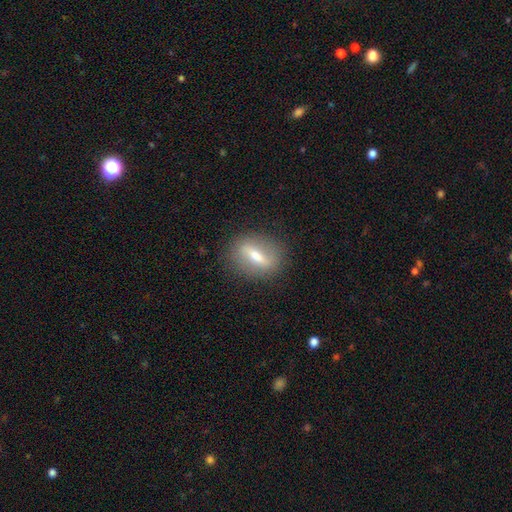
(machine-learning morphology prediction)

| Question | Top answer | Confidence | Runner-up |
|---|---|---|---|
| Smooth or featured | featured or disk | 50% | smooth (41%) |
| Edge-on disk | no | 69% | yes (31%) |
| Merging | none | 84% | minor disturbance (11%) |